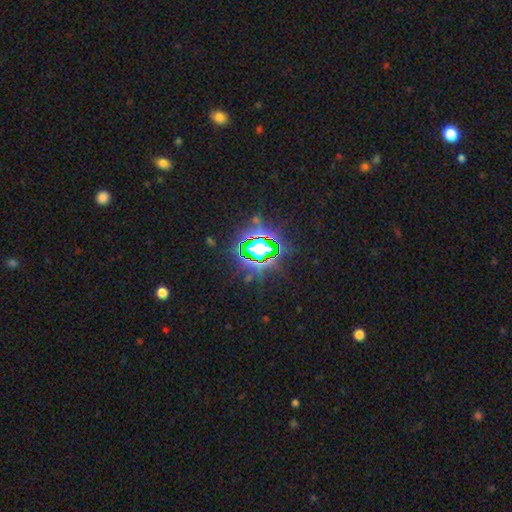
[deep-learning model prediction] smooth-or-featured: star or artifact: 77% | smooth: 13% | featured or disk: 10%